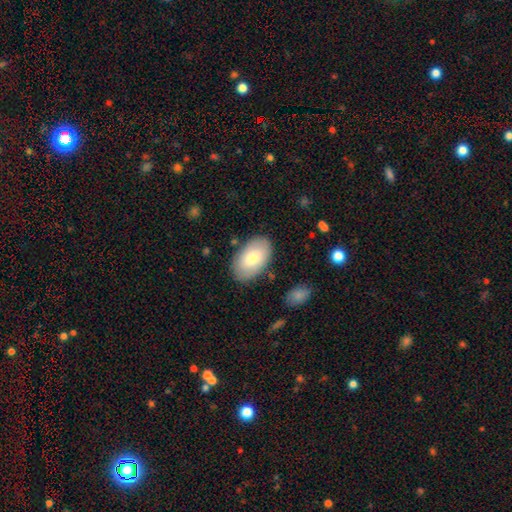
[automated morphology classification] Q: Smooth or featured?
A: smooth (74%); runner-up: featured or disk (21%)
Q: How rounded?
A: in between (94%); runner-up: round (4%)
Q: Merging?
A: none (83%); runner-up: minor disturbance (12%)